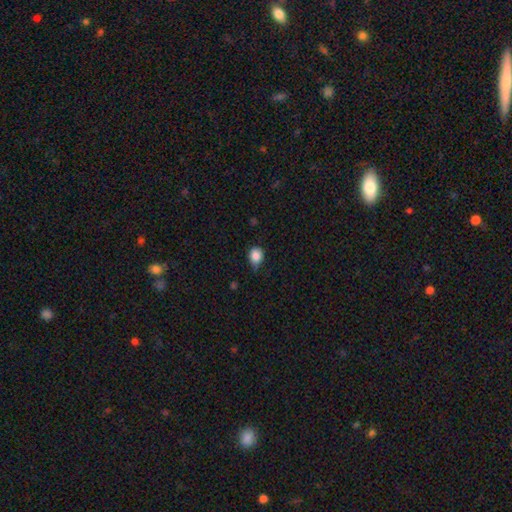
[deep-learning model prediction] The model was most divided on "merging": none: 51%, minor disturbance: 40%, major disturbance: 7%, merger: 2%. More confident: smooth or featured — smooth (85%); how rounded — round (56%).